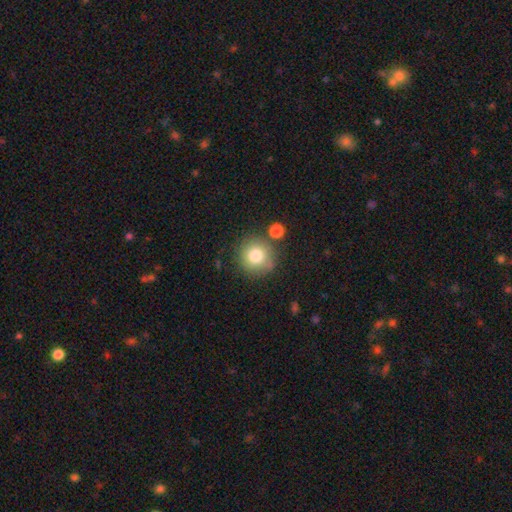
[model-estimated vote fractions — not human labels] Overall: smooth (80%). How rounded: round (94%). Merging: none (75%).